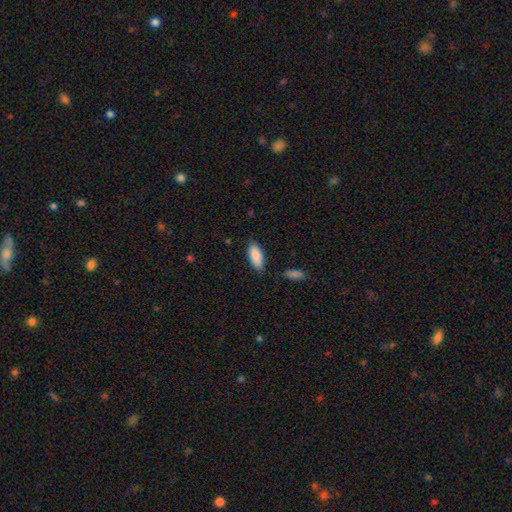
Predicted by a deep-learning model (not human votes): Smooth or featured? Predicted: smooth (p=0.89). How rounded? Predicted: in between (p=0.86). Merging? Predicted: none (p=0.82).